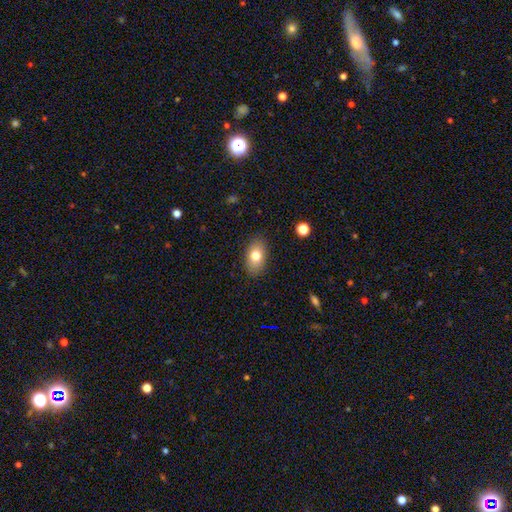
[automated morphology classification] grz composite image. It shows a smooth galaxy with no disk features (78%) that is in between round and cigar-shaped (89%). Merging: none (86%).